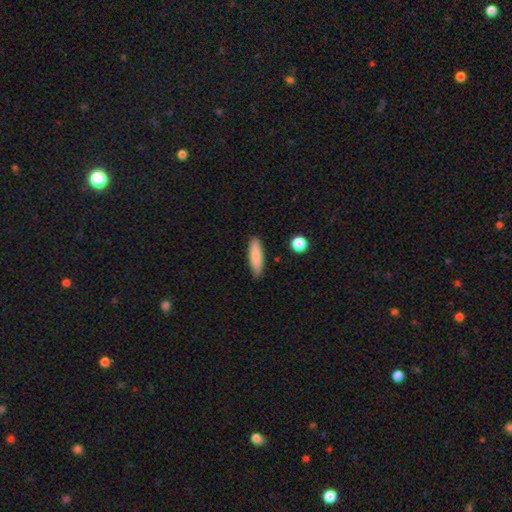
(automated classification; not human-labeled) A smooth galaxy with no disk features (83%) that is cigar-shaped (60%).

Vote fractions:
- Smooth or featured? smooth: 83% / featured or disk: 11% / star or artifact: 6%
- How rounded? cigar-shaped: 60% / in between: 38% / round: 2%
- Merging? none: 85% / minor disturbance: 11% / major disturbance: 2% / merger: 2%